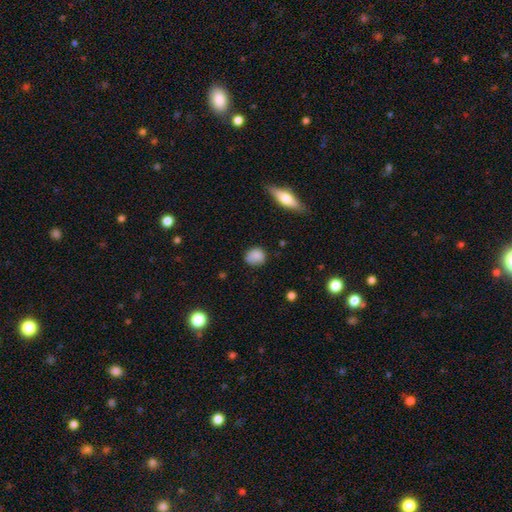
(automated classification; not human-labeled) This is clearly a smooth galaxy (84%). How rounded: likely round (70%). Merging: likely none (71%).